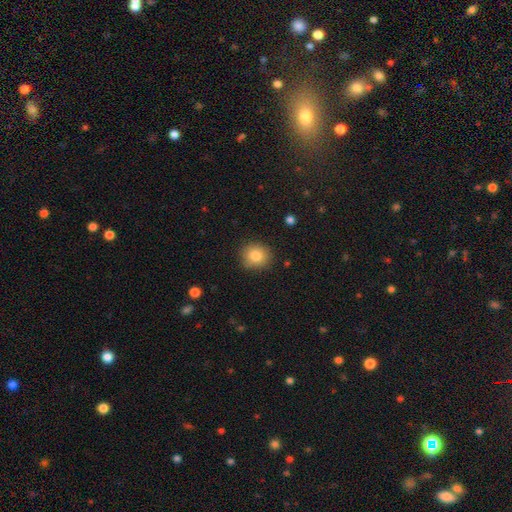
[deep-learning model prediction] This appears to be a smooth galaxy with no disk features (83%) that is round (84%). Merging: none (86%).